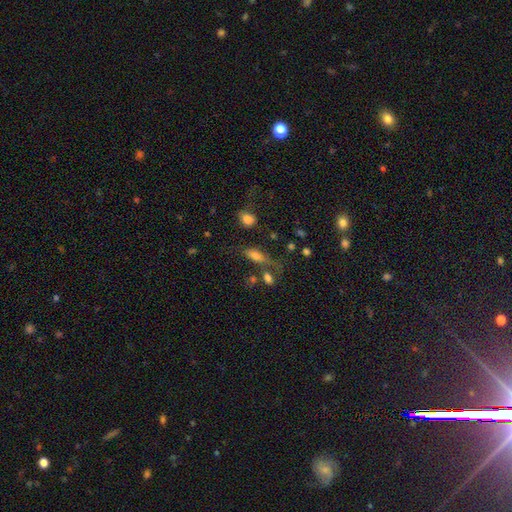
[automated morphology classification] Q: Smooth or featured?
A: smooth (60%); runner-up: featured or disk (25%)
Q: How rounded?
A: in between (55%); runner-up: cigar-shaped (37%)
Q: Merging?
A: none (51%); runner-up: minor disturbance (20%)